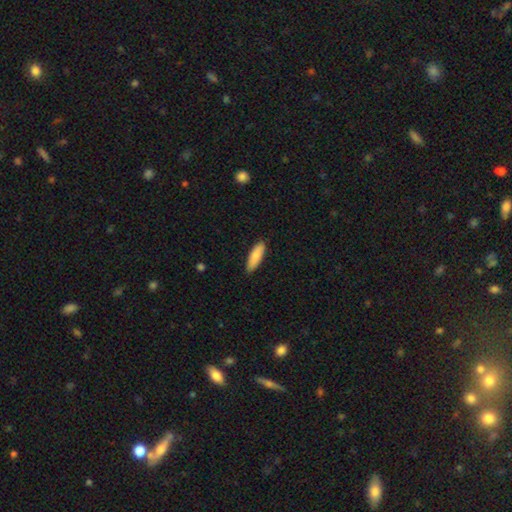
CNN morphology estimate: Smooth or featured?
  - smooth: 85% *
  - featured or disk: 9%
  - star or artifact: 6%
How rounded?
  - cigar-shaped: 52% *
  - in between: 46%
  - round: 2%
Merging?
  - none: 88% *
  - minor disturbance: 10%
  - major disturbance: 2%
  - merger: 1%